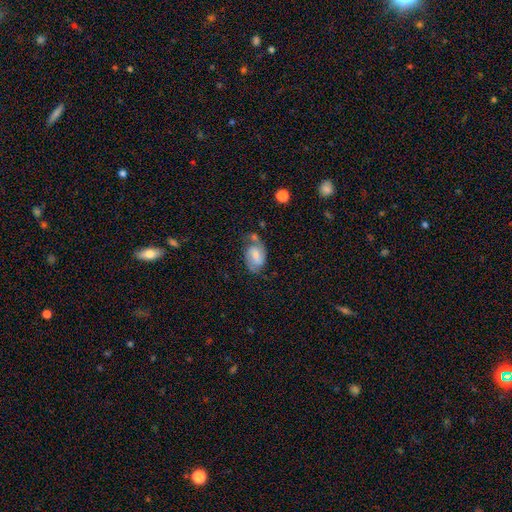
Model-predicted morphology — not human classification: Overall: featured or disk (61%; smooth 31%). Edge-on disk: no (97%). Bar: weak (52%; no 30%). Spiral arms: yes (90%). Spiral arm count: 2 (81%). Spiral winding: medium (49%; tight 28%). Bulge size: small (41%; moderate 36%). Merging: none (50%; minor disturbance 24%).